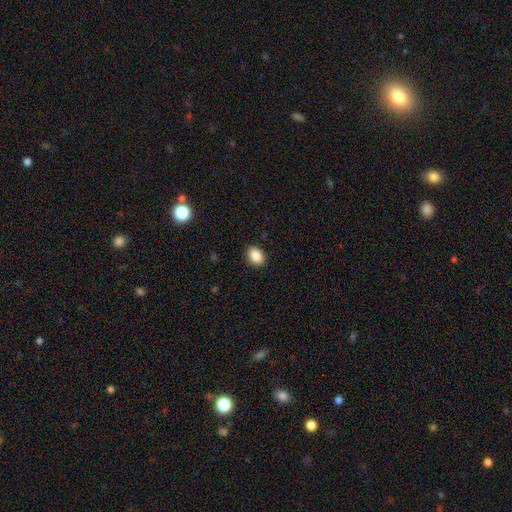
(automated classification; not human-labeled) Smooth or featured?
  - smooth: 88% *
  - star or artifact: 8%
  - featured or disk: 4%
How rounded?
  - in between: 73% *
  - round: 26%
  - cigar-shaped: 1%
Merging?
  - none: 89% *
  - minor disturbance: 8%
  - major disturbance: 2%
  - merger: 1%